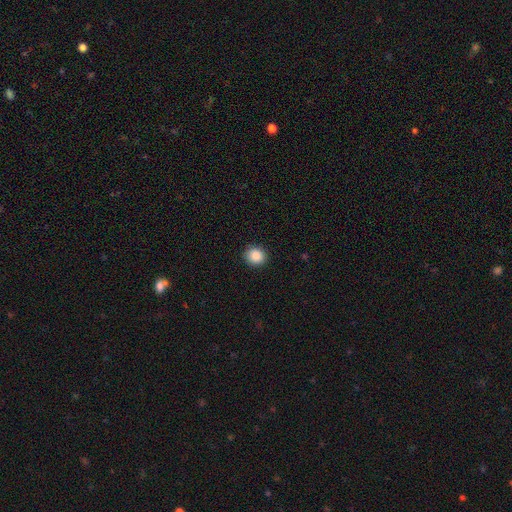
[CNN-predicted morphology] A smooth galaxy with no disk features (88%) that is round (84%). Merging: none (91%).